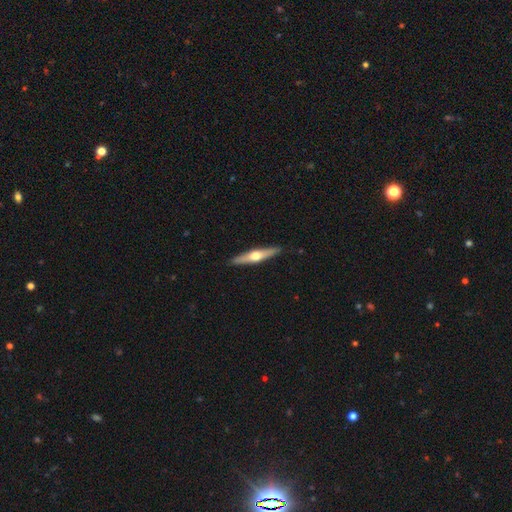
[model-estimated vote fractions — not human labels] Q: Smooth or featured?
A: featured or disk (63%); runner-up: smooth (32%)
Q: Edge-on disk?
A: yes (96%); runner-up: no (4%)
Q: Edge-on bulge?
A: rounded (95%); runner-up: none (3%)
Q: Merging?
A: none (91%); runner-up: minor disturbance (7%)